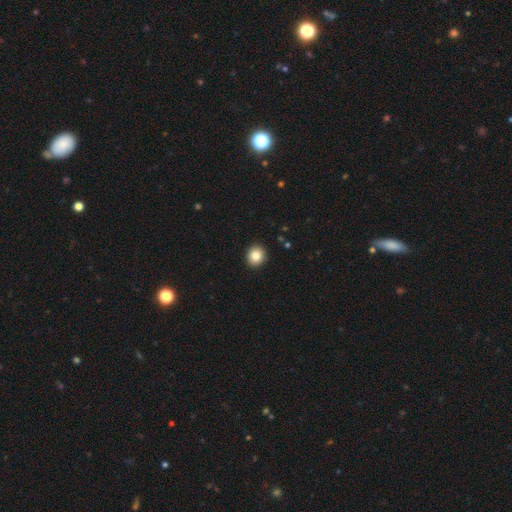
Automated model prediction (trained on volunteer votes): This is clearly a smooth galaxy (85%). How rounded: likely round (79%). Merging: clearly none (92%).